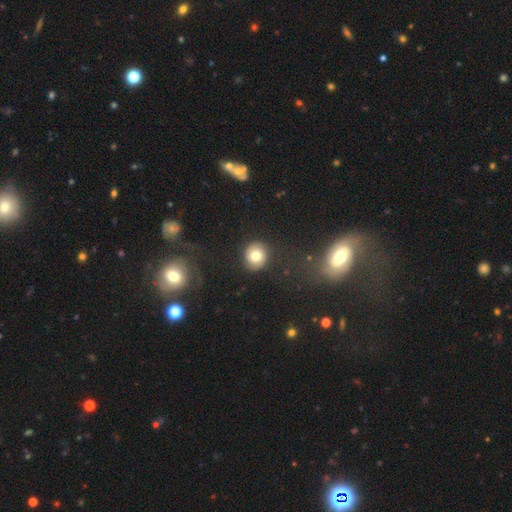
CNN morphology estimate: This appears to be a smooth galaxy with no disk features (64%) that is round (85%). Merging: none (86%).